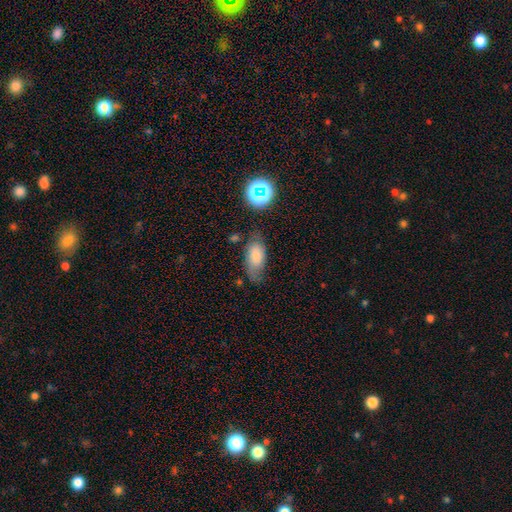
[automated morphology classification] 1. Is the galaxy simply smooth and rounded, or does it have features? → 70% smooth, 19% featured or disk, 11% star or artifact.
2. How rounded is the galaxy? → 88% in between, 7% cigar-shaped, 5% round.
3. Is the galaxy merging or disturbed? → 61% none, 26% minor disturbance, 9% major disturbance, 4% merger.